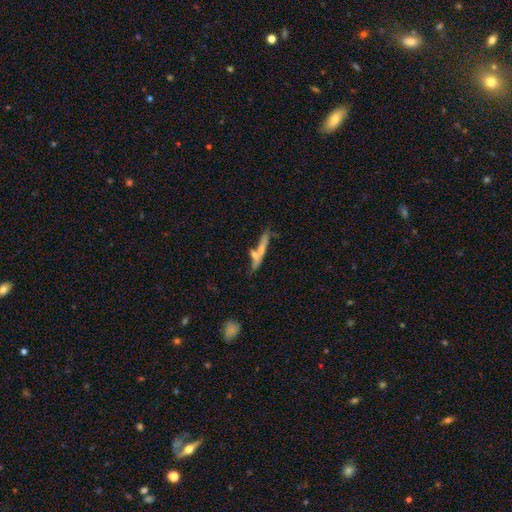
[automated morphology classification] Smooth or featured? smooth (54%)
How rounded? cigar-shaped (87%)
Merging? none (57%)